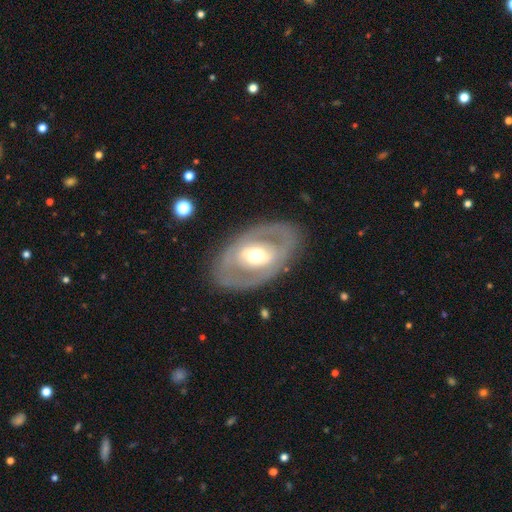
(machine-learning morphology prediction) type=featured or disk (67%); edge-on=no (91%); bar=no (49%); spiral arms=no (73%); bulge=moderate (66%); merging=none (81%).